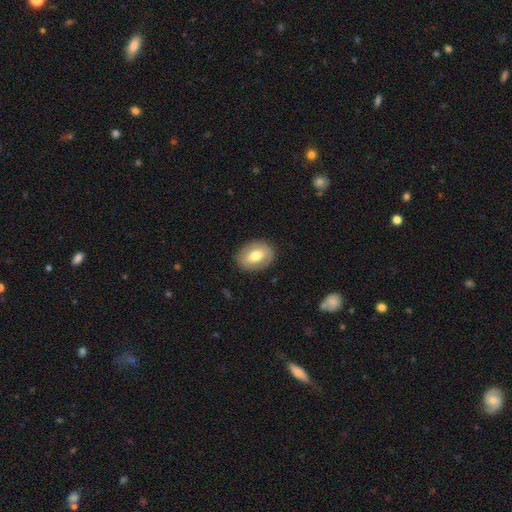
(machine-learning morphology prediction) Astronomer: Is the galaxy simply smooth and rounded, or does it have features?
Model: smooth — 64%.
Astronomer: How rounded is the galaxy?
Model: in between — 71%.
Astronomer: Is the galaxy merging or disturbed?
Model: none — 86%.